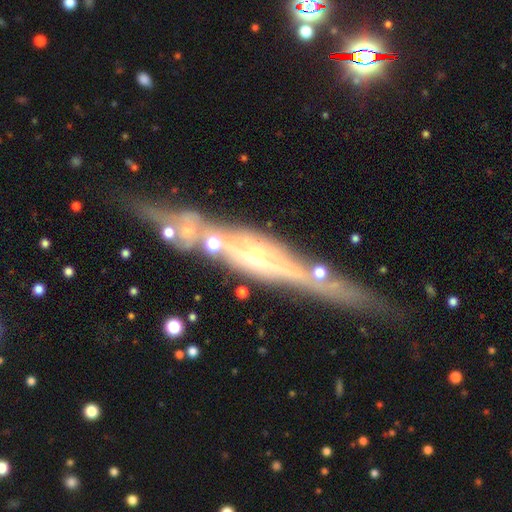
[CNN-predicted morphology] Smooth or featured? Predicted: featured or disk (p=0.80). Edge-on disk? Predicted: yes (p=0.82). Edge-on bulge? Predicted: rounded (p=0.65). Merging? Predicted: none (p=0.74).